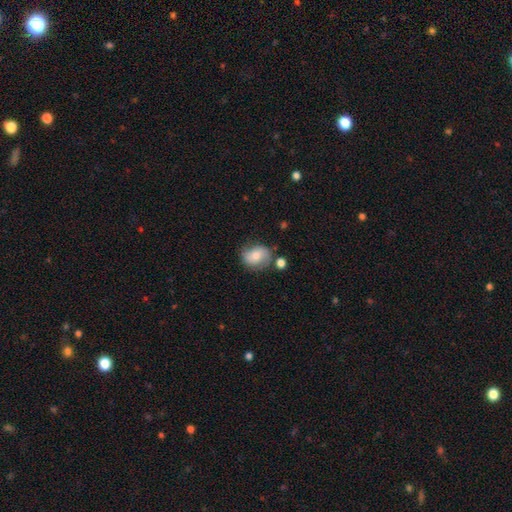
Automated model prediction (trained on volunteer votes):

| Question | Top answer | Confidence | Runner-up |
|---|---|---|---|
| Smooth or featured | smooth | 63% | featured or disk (28%) |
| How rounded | in between | 51% | round (48%) |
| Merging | none | 63% | minor disturbance (22%) |